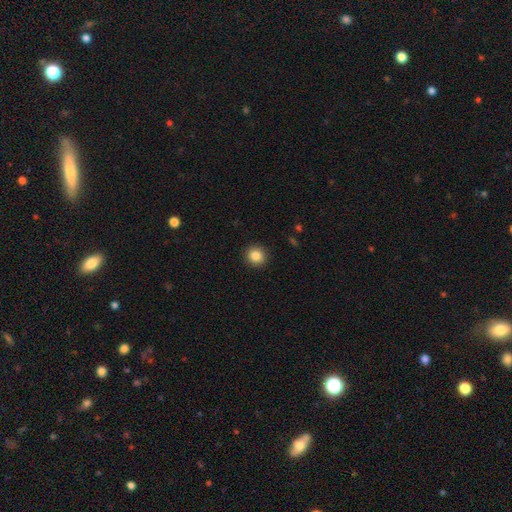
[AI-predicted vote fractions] A smooth galaxy with no disk features (85%) that is round (92%).

Vote fractions:
- Smooth or featured? smooth: 85% / star or artifact: 10% / featured or disk: 5%
- How rounded? round: 92% / in between: 7% / cigar-shaped: 1%
- Merging? none: 92% / minor disturbance: 5% / major disturbance: 2% / merger: 1%